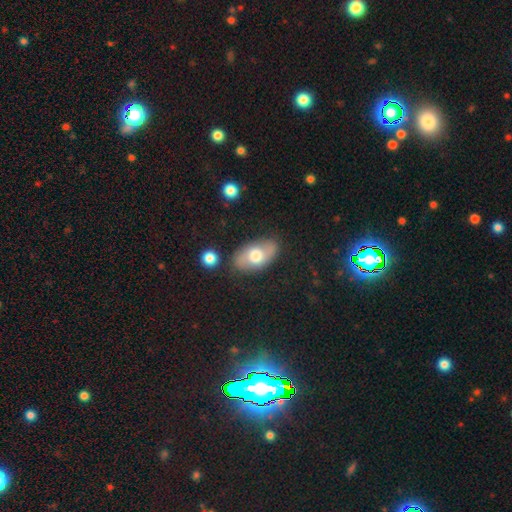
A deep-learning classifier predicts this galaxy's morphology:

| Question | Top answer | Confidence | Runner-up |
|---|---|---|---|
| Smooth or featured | smooth | 60% | featured or disk (33%) |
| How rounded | in between | 91% | round (6%) |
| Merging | none | 78% | minor disturbance (14%) |